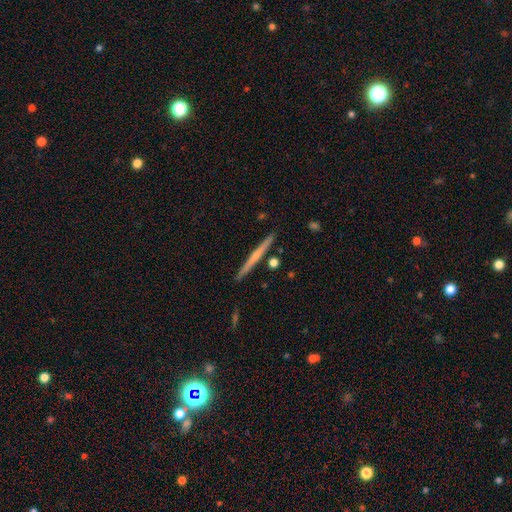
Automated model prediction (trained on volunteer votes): This is possibly a featured or disk galaxy (57%). It is clearly viewed edge-on (98%). Edge-on bulge: possibly none (55%). Merging: clearly none (90%).